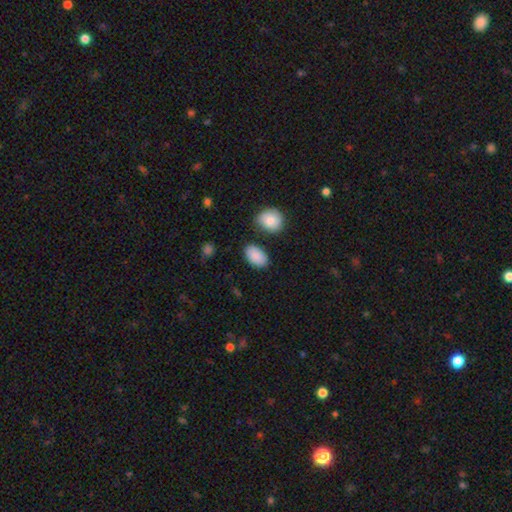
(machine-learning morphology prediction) smooth 89%, star or artifact 7%, featured or disk 4%. Down the decision tree: how rounded — in between (93%); merging — none (78%).